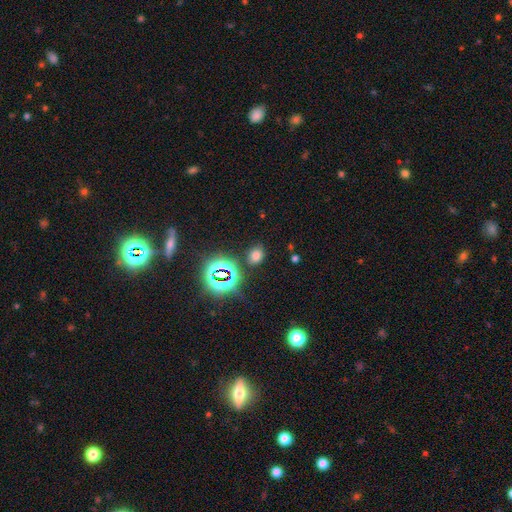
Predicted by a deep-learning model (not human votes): This appears to be a smooth galaxy with no disk features (64%) that is in between round and cigar-shaped (54%). Merging: none (80%).